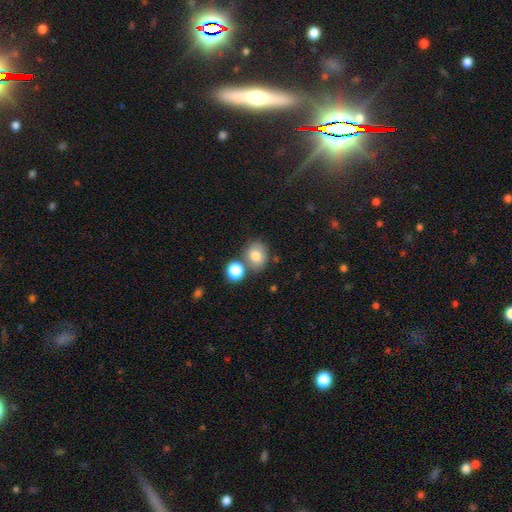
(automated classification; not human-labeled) A smooth galaxy with no disk features (80%) that is round (64%).

Vote fractions:
- Smooth or featured? smooth: 80% / star or artifact: 11% / featured or disk: 9%
- How rounded? round: 64% / in between: 35% / cigar-shaped: 1%
- Merging? none: 67% / merger: 18% / minor disturbance: 12% / major disturbance: 4%